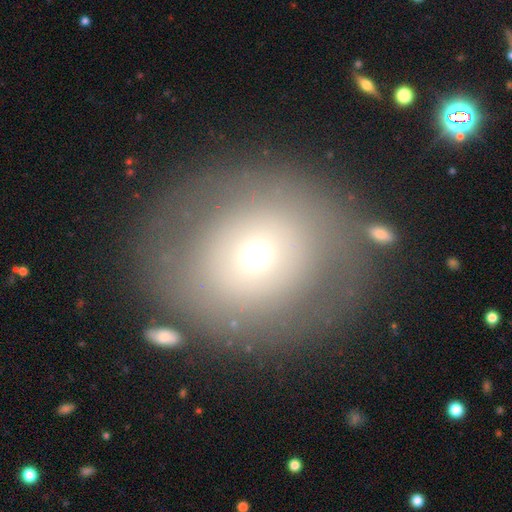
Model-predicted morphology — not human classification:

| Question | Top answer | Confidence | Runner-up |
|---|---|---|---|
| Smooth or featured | smooth | 58% | featured or disk (29%) |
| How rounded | round | 79% | in between (20%) |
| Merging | none | 79% | minor disturbance (11%) |